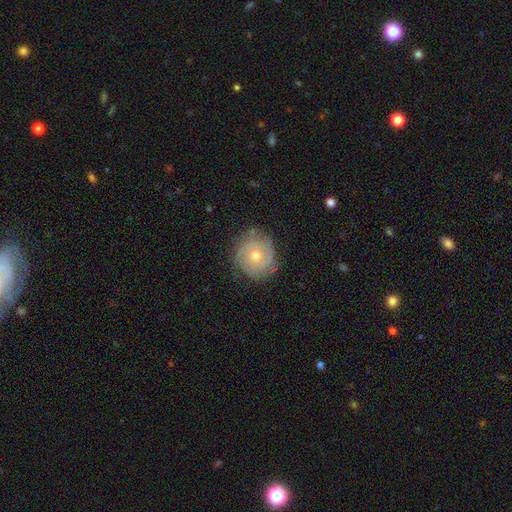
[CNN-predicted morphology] smooth_or_featured: featured or disk (p=0.72) [alt: smooth p=0.20]
disk_edge_on: no (p=0.97) [alt: yes p=0.03]
bar: no (p=0.79) [alt: weak p=0.18]
has_spiral_arms: yes (p=0.89) [alt: no p=0.11]
spiral_winding: tight (p=0.72) [alt: medium p=0.22]
spiral_arm_count: 2 (p=0.39) [alt: can't tell p=0.30]
bulge_size: moderate (p=0.67) [alt: small p=0.29]
merging: none (p=0.80) [alt: minor disturbance p=0.15]